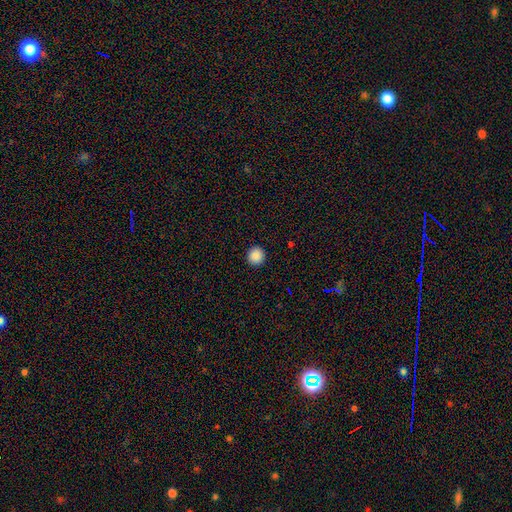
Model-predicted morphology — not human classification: smooth 89%, star or artifact 9%, featured or disk 2%. Down the decision tree: how rounded — round (94%); merging — none (93%).